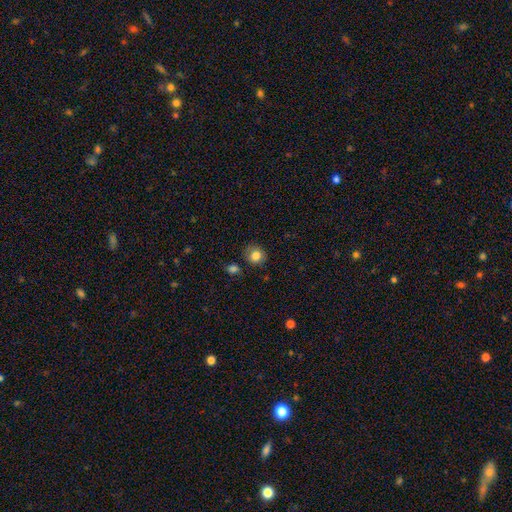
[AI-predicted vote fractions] Smooth or featured: smooth — 83% (star or artifact — 10%)
How rounded: round — 81% (in between — 18%)
Merging: none — 81% (minor disturbance — 12%)